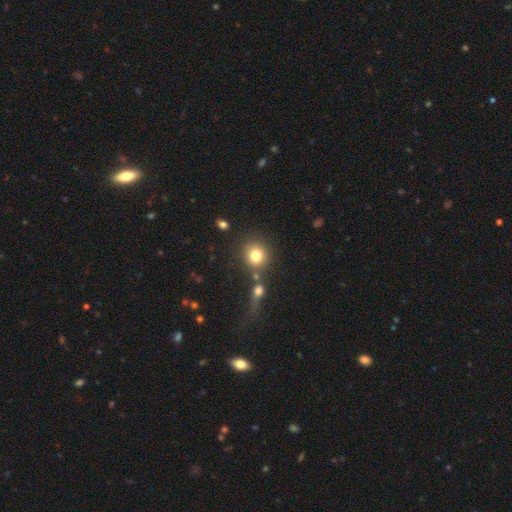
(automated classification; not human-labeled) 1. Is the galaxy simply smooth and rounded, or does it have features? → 79% smooth, 11% star or artifact, 10% featured or disk.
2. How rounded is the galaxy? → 88% round, 11% in between, 1% cigar-shaped.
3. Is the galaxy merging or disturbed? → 70% none, 15% merger, 9% minor disturbance, 5% major disturbance.